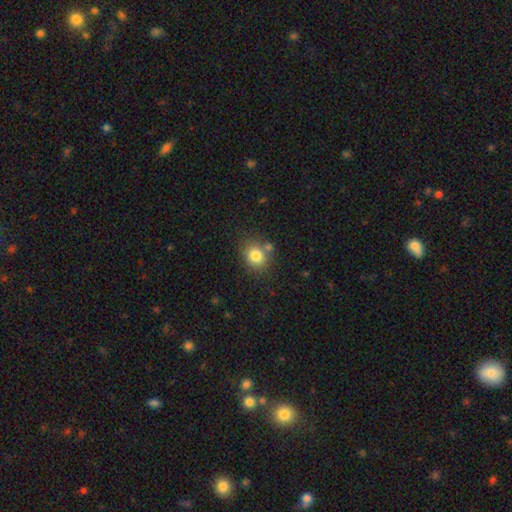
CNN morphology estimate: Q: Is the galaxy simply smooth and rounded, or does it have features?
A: smooth — 81%.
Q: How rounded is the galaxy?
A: round — 64%.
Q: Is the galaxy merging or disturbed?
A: none — 72%.